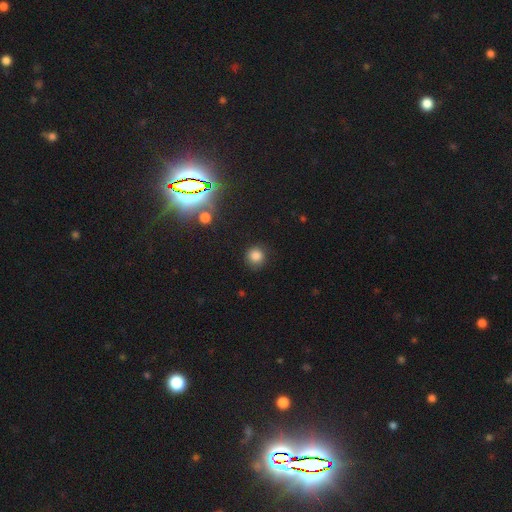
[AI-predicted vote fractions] smooth-or-featured: smooth: 81% | star or artifact: 14% | featured or disk: 5%
  how-rounded: round: 92% | in between: 7% | cigar-shaped: 1%
  merging: none: 84% | minor disturbance: 11% | major disturbance: 3% | merger: 2%